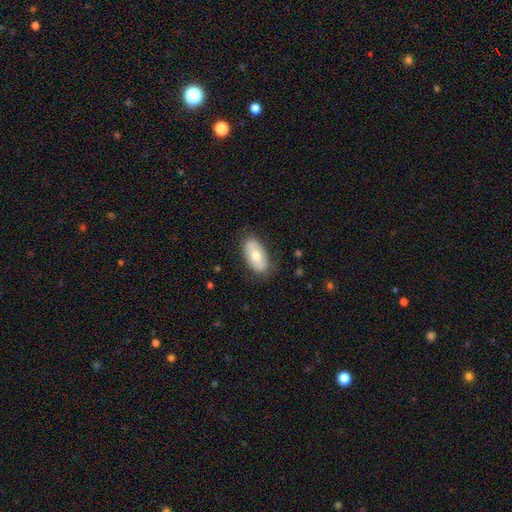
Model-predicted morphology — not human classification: smooth_or_featured: smooth (p=0.64) [alt: featured or disk p=0.30]
how_rounded: in between (p=0.93) [alt: round p=0.04]
merging: none (p=0.81) [alt: minor disturbance p=0.14]